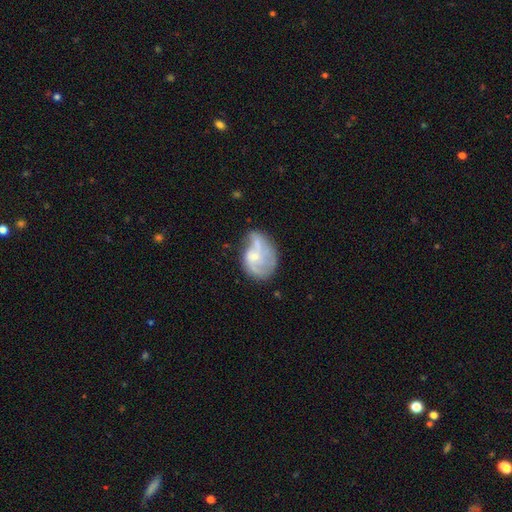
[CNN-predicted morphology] This appears to be a featured or disk galaxy (66%) with no bar (70%), spiral arms (71%) and a small central bulge (59%). Merging: none (33%).